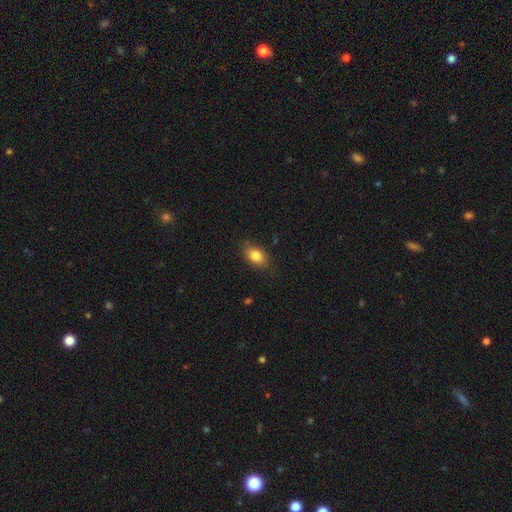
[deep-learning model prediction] A smooth galaxy with no disk features (82%) that is in between round and cigar-shaped (84%).

Vote fractions:
- Smooth or featured? smooth: 82% / featured or disk: 10% / star or artifact: 8%
- How rounded? in between: 84% / round: 13% / cigar-shaped: 3%
- Merging? none: 78% / minor disturbance: 17% / major disturbance: 3% / merger: 1%